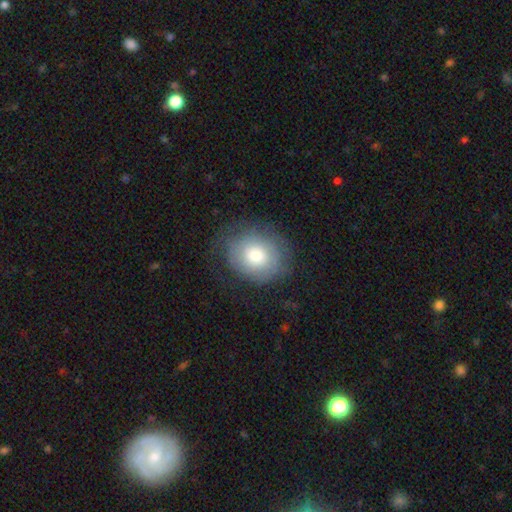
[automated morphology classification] This is likely a smooth galaxy (61%). How rounded: likely round (69%). Merging: likely none (70%).